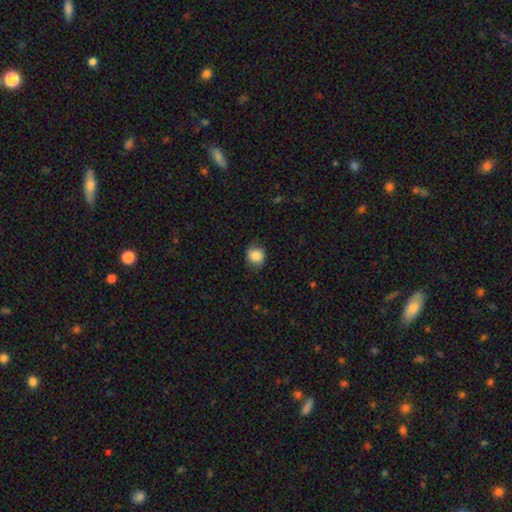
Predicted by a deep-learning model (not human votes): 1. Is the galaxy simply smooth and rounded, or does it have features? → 87% smooth, 9% star or artifact, 4% featured or disk.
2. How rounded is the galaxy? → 80% round, 19% in between, 1% cigar-shaped.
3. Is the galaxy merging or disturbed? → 80% none, 15% minor disturbance, 3% major disturbance, 1% merger.